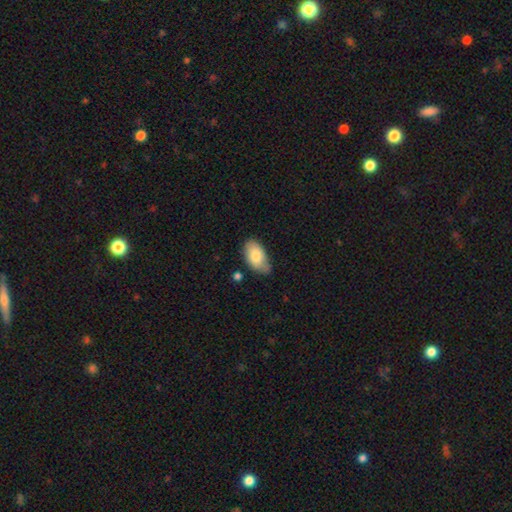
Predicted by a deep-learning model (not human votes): This is clearly a smooth galaxy (81%). How rounded: clearly in between (94%). Merging: likely none (62%).